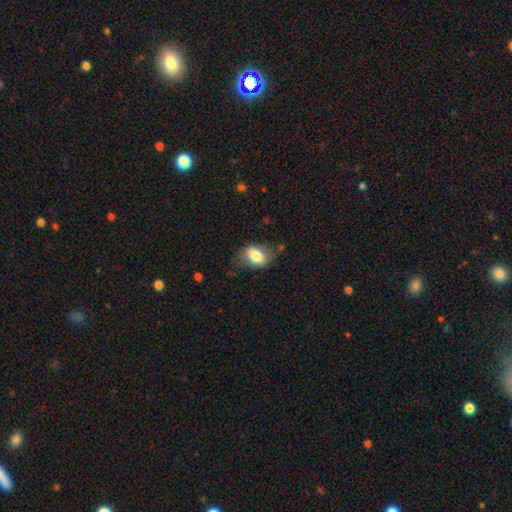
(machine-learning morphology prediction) smooth 72%, featured or disk 21%, star or artifact 7%. Down the decision tree: how rounded — in between (81%); merging — none (58%).